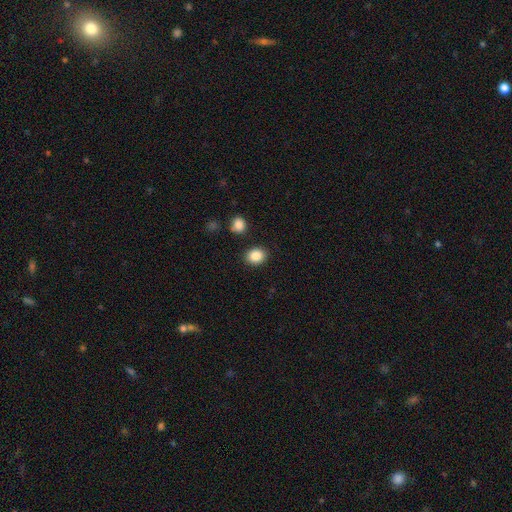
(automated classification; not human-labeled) Smooth or featured? Predicted: smooth (p=0.86). How rounded? Predicted: round (p=0.58). Merging? Predicted: none (p=0.88).